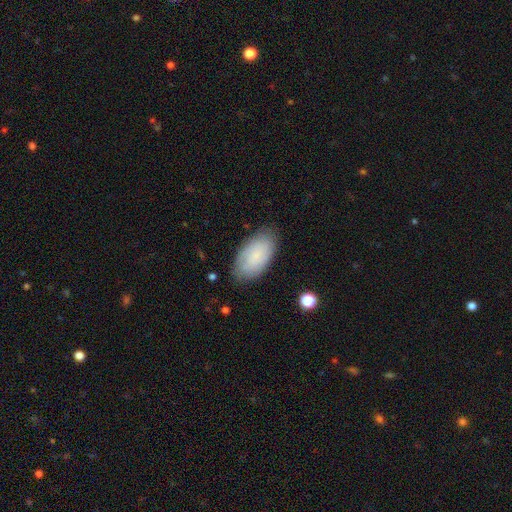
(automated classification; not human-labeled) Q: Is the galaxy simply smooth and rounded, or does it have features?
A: smooth — 77%.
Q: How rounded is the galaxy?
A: in between — 95%.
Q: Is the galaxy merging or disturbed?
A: none — 81%.